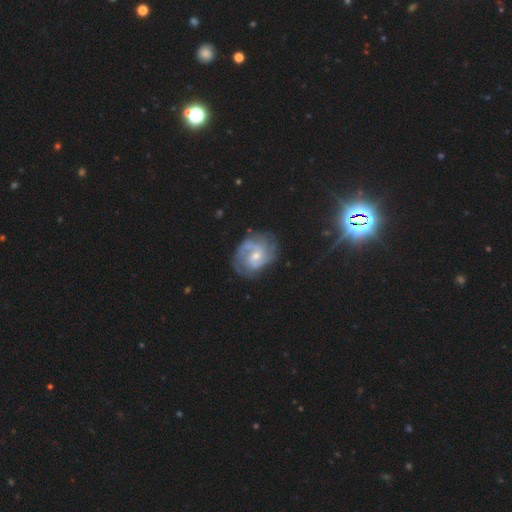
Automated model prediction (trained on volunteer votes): Morphology: type=featured or disk (85%); edge-on=no (98%); bar=no (47%); spiral arms=yes (95%); winding=medium (44%); arm count=2 (52%); bulge=small (52%); merging=none (68%).